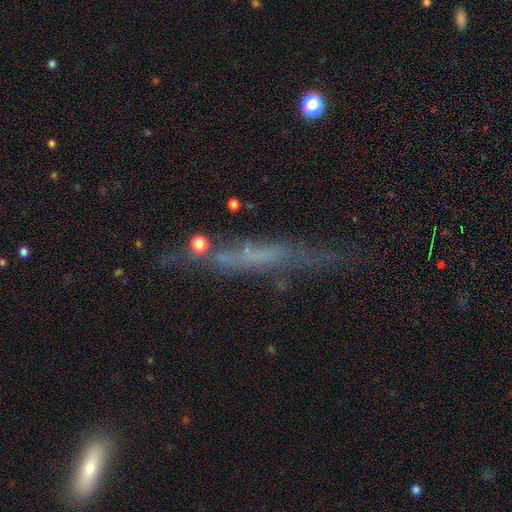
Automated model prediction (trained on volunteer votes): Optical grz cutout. It shows a featured or disk galaxy (52%) viewed edge-on (73%). Merging: none (59%).